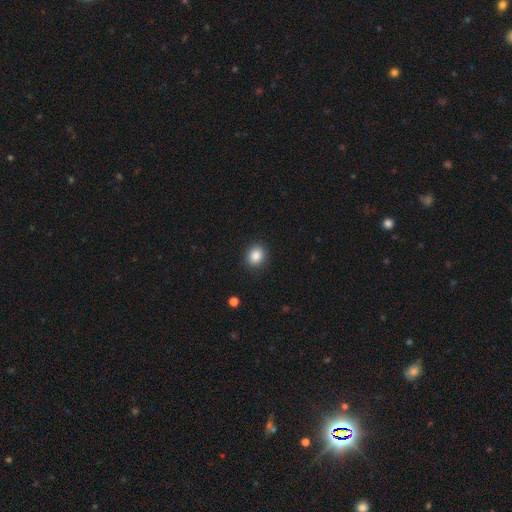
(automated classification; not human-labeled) smooth-or-featured: smooth: 87% | star or artifact: 9% | featured or disk: 4%
  how-rounded: round: 64% | in between: 35% | cigar-shaped: 1%
  merging: none: 89% | minor disturbance: 7% | major disturbance: 2% | merger: 1%